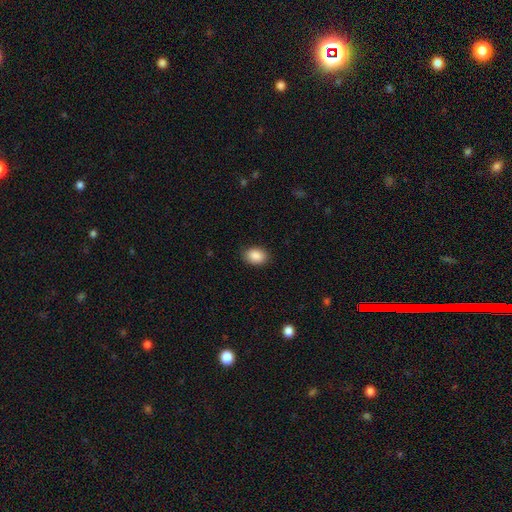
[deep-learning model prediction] smooth 88%, star or artifact 8%, featured or disk 4%. Down the decision tree: how rounded — in between (75%); merging — none (88%).